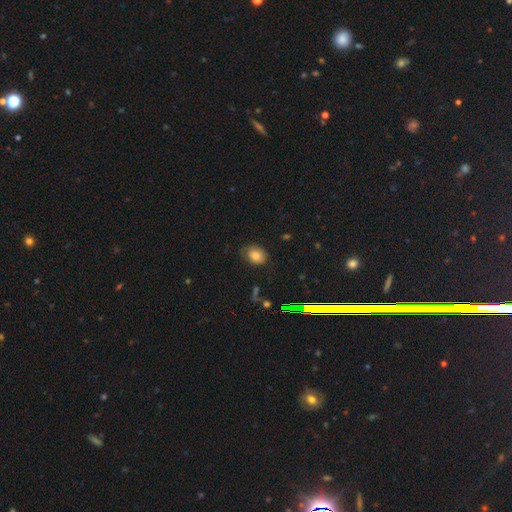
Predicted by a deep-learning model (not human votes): smooth 75%, star or artifact 13%, featured or disk 12%. Down the decision tree: how rounded — round (50%); merging — none (69%).